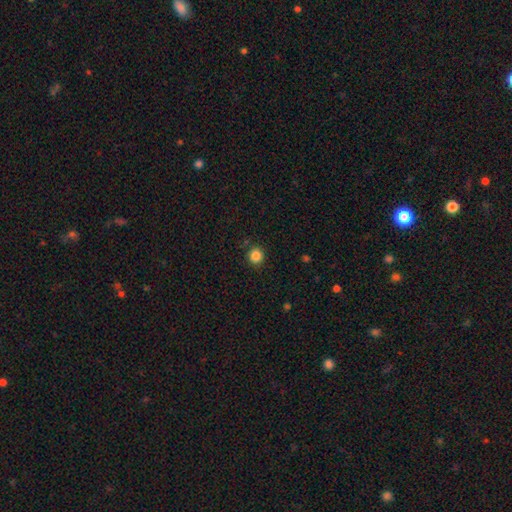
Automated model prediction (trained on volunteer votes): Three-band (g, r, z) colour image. It shows a smooth galaxy with no disk features (85%) that is round (92%). Merging: none (88%).